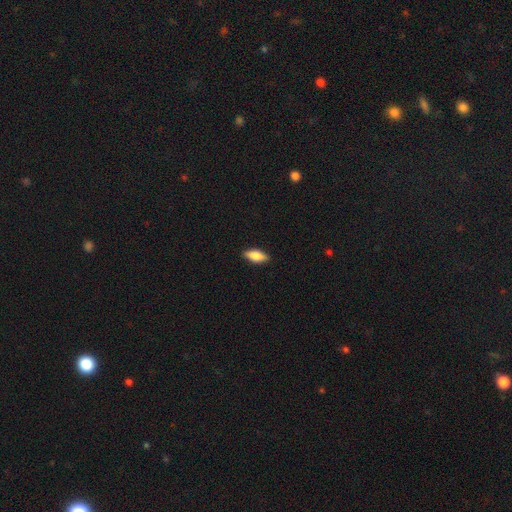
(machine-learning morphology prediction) Overall: smooth (80%). How rounded: in between (79%). Merging: none (88%).